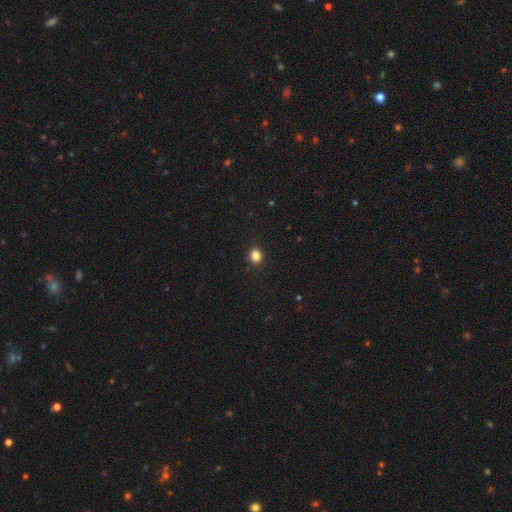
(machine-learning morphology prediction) Smooth or featured? smooth (84%)
How rounded? round (65%)
Merging? none (89%)